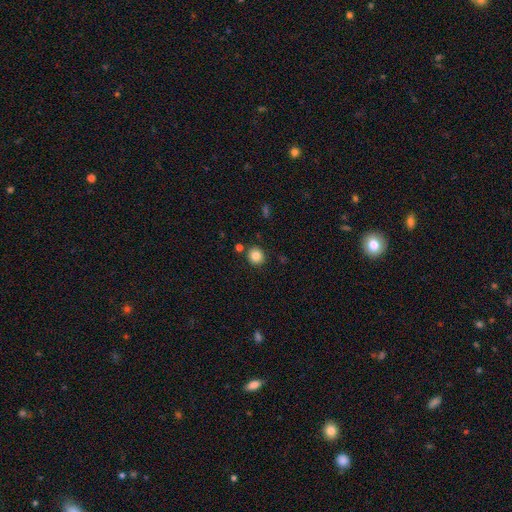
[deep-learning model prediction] This is clearly a smooth galaxy (84%). How rounded: clearly round (87%). Merging: clearly none (87%).